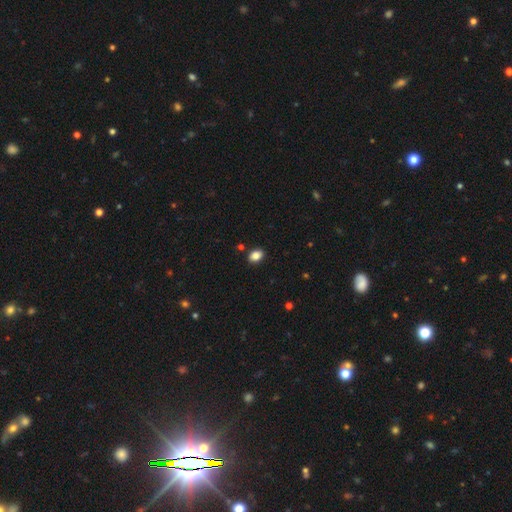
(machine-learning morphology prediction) This is clearly a smooth galaxy (85%). How rounded: likely in between (74%). Merging: clearly none (88%).